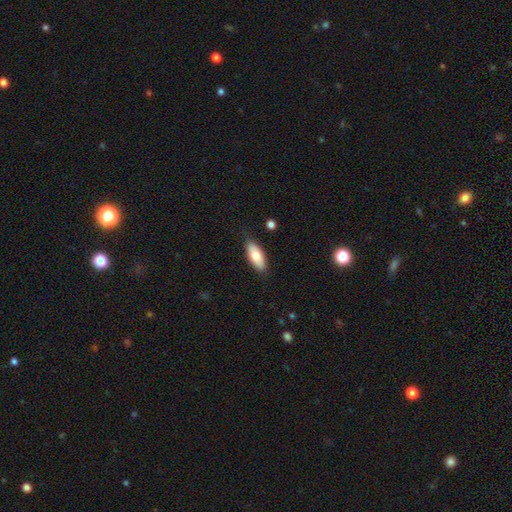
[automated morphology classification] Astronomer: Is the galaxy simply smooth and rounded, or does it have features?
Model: smooth — 76%.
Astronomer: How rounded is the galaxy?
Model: in between — 82%.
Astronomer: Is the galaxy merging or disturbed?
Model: none — 84%.